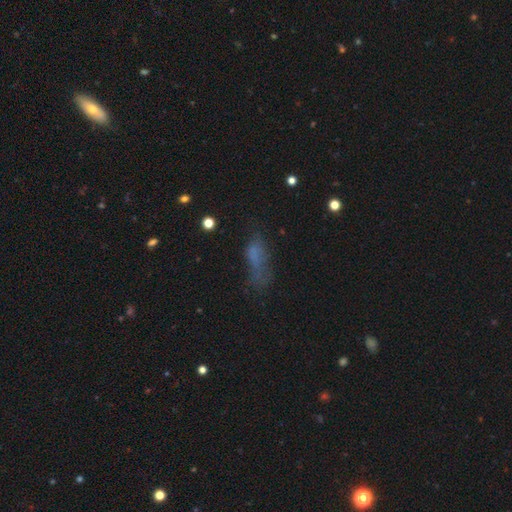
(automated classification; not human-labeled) A smooth galaxy with no disk features (60%) that is in between round and cigar-shaped (60%).

Vote fractions:
- Smooth or featured? smooth: 60% / featured or disk: 21% / star or artifact: 19%
- How rounded? in between: 60% / cigar-shaped: 35% / round: 5%
- Merging? none: 38% / major disturbance: 32% / minor disturbance: 26% / merger: 4%